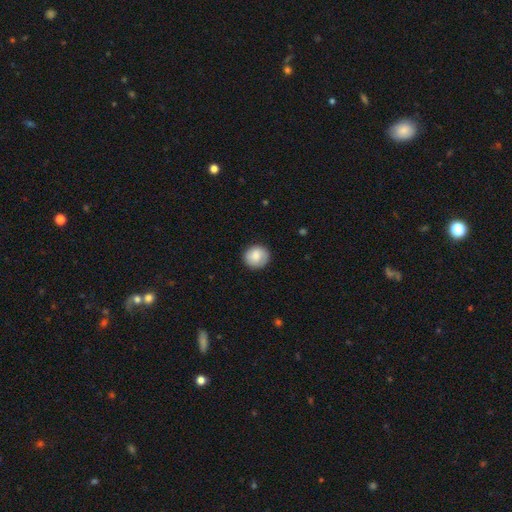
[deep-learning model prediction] Smooth or featured? smooth (83%)
How rounded? round (86%)
Merging? none (86%)